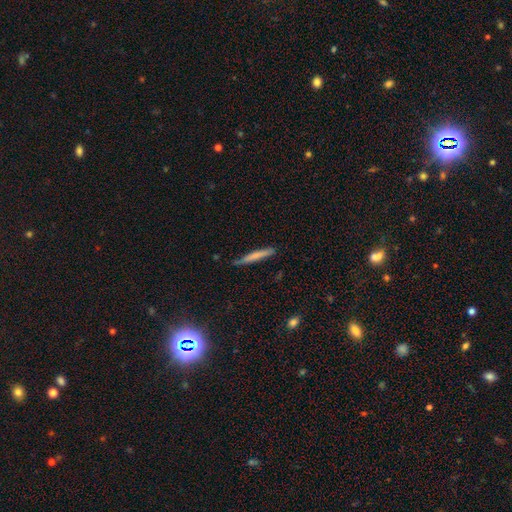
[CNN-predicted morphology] This appears to be a smooth galaxy with no disk features (67%) that is cigar-shaped (95%). Merging: none (79%).